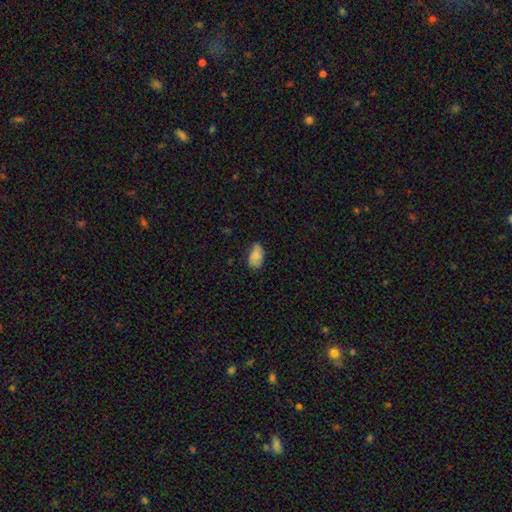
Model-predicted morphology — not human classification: This is likely a smooth galaxy (80%). How rounded: clearly in between (92%). Merging: likely none (67%).